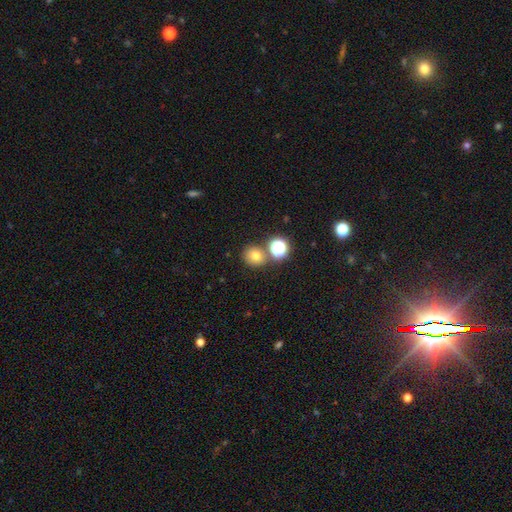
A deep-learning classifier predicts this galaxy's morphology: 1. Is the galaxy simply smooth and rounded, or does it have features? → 73% smooth, 19% star or artifact, 9% featured or disk.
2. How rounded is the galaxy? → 79% round, 20% in between, 1% cigar-shaped.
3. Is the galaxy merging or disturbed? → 71% none, 17% merger, 9% minor disturbance, 3% major disturbance.